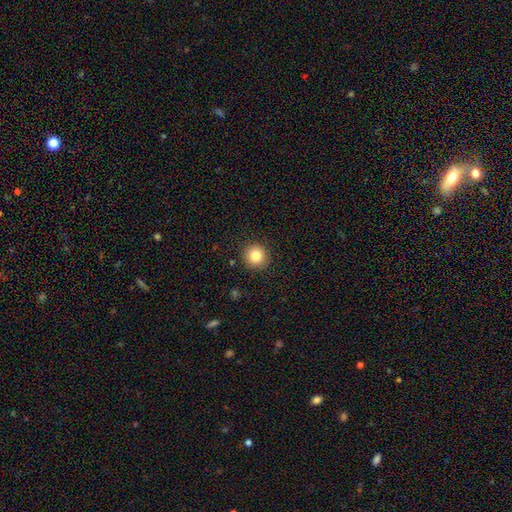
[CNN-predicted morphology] type=smooth (82%); roundness=round (93%); merging=none (91%).